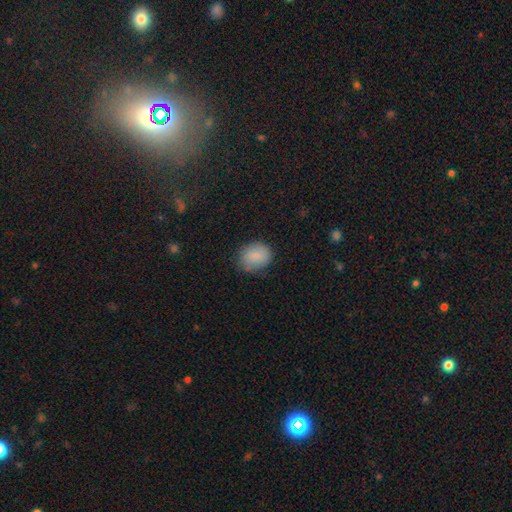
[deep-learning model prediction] Smooth or featured? smooth (85%)
How rounded? round (52%)
Merging? none (78%)